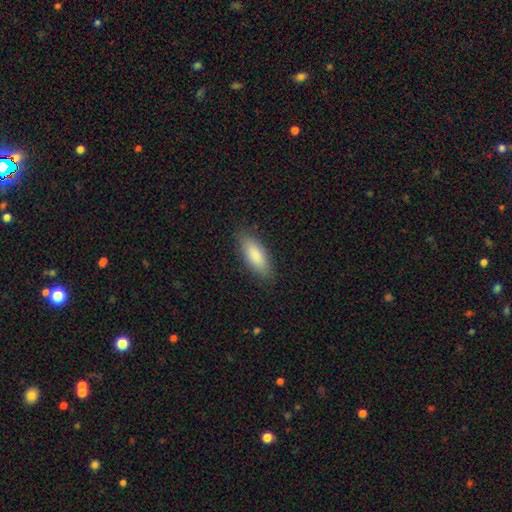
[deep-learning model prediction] This is clearly a smooth galaxy (86%). How rounded: likely in between (74%). Merging: clearly none (84%).